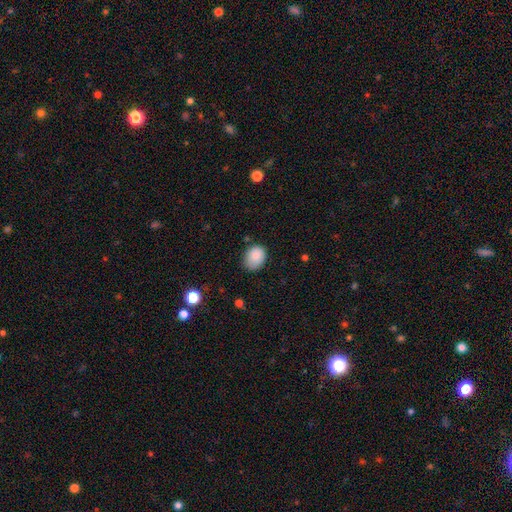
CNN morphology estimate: Overall: smooth (86%). How rounded: in between (60%; round 39%). Merging: none (69%).